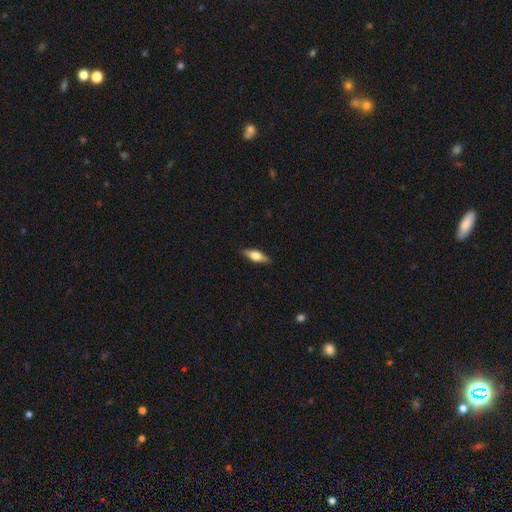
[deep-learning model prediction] Smooth or featured: smooth — 55% (featured or disk — 39%)
How rounded: in between — 60% (cigar-shaped — 37%)
Merging: none — 87% (minor disturbance — 10%)